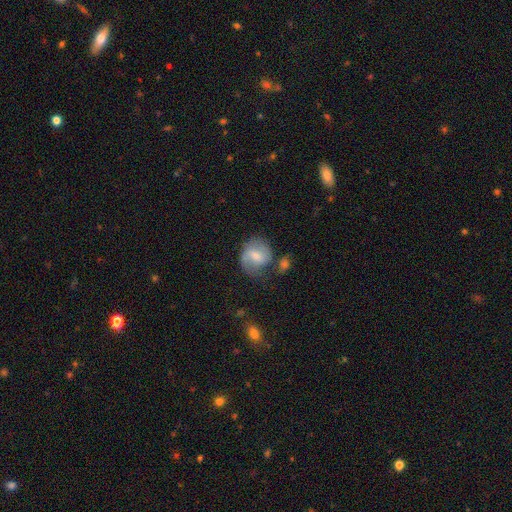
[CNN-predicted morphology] smooth-or-featured: featured or disk: 47% | smooth: 45% | star or artifact: 8%
  merging: none: 49% | minor disturbance: 25% | major disturbance: 15% | merger: 12%